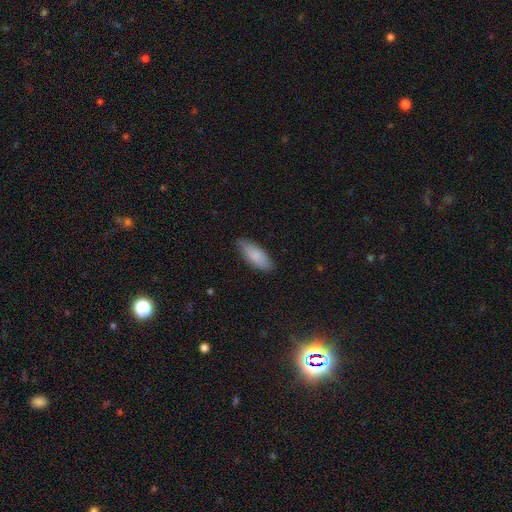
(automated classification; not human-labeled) This is clearly a smooth galaxy (83%). How rounded: likely in between (74%). Merging: likely none (77%).